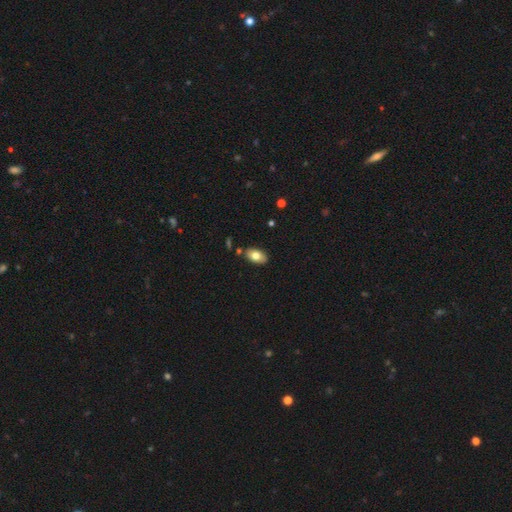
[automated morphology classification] This appears to be a smooth galaxy with no disk features (78%) that is in between round and cigar-shaped (93%). Merging: none (81%).